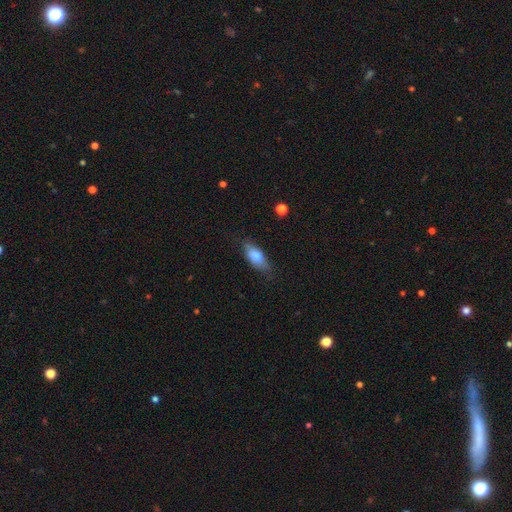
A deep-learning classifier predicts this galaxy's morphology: This appears to be a smooth galaxy with no disk features (76%) that is in between round and cigar-shaped (81%). Merging: none (72%).